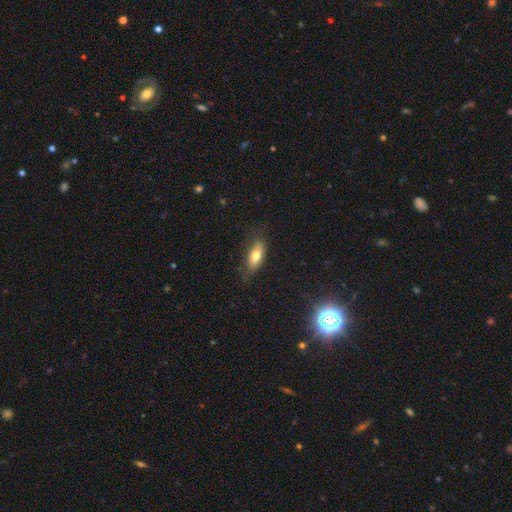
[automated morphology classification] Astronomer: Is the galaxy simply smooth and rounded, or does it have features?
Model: smooth — 71%.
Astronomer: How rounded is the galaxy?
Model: in between — 77%.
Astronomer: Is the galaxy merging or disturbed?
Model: none — 73%.